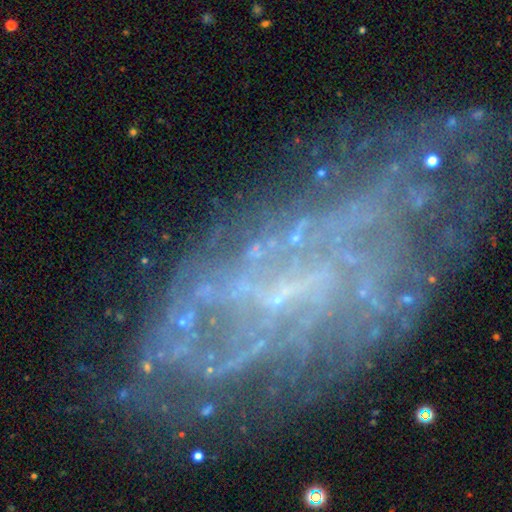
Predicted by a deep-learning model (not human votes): smooth_or_featured: featured or disk (p=0.73) [alt: star or artifact p=0.17]
disk_edge_on: no (p=0.96) [alt: yes p=0.04]
bar: no (p=0.51) [alt: weak p=0.33]
has_spiral_arms: yes (p=0.71) [alt: no p=0.29]
bulge_size: none (p=0.49) [alt: small p=0.41]
merging: none (p=0.50) [alt: major disturbance p=0.25]